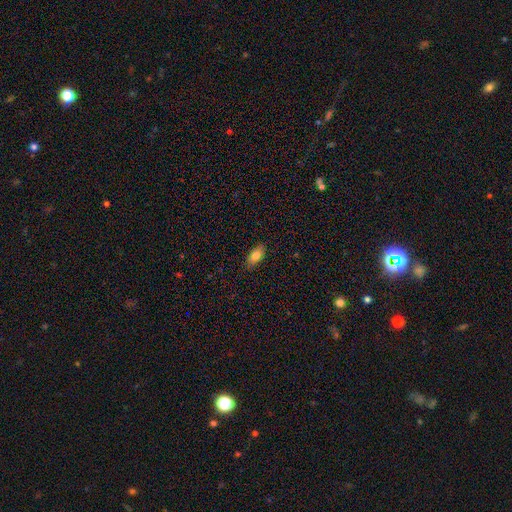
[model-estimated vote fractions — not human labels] The model was most divided on "smooth or featured": smooth: 80%, featured or disk: 12%, star or artifact: 8%. More confident: how rounded — in between (88%); merging — none (85%).